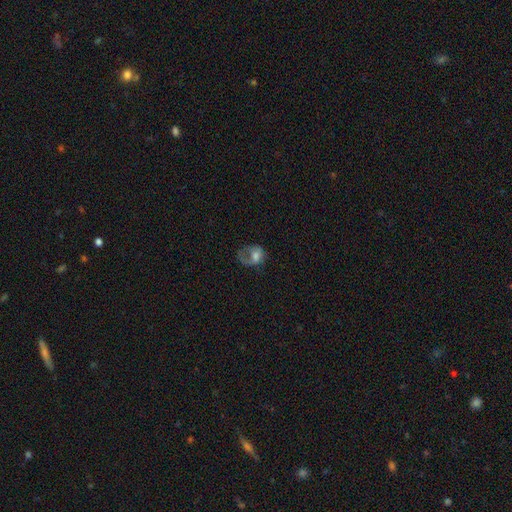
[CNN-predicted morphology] Smooth or featured? Predicted: smooth (p=0.49). Merging? Predicted: major disturbance (p=0.49).